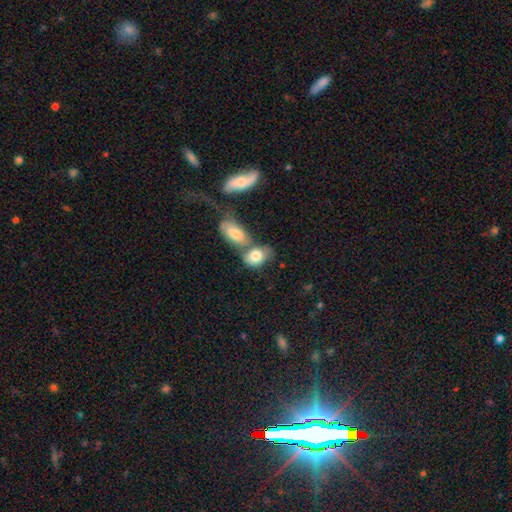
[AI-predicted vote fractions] A smooth galaxy with no disk features (76%) that is in between round and cigar-shaped (77%). Merging: merger (49%).